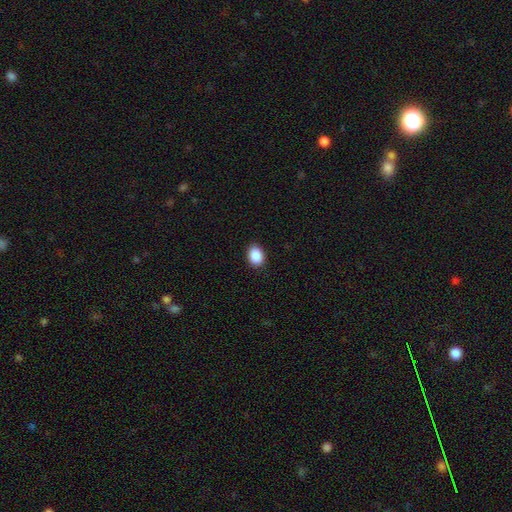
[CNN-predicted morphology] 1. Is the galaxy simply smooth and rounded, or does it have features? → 89% smooth, 8% star or artifact, 3% featured or disk.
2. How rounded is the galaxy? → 72% in between, 27% round, 1% cigar-shaped.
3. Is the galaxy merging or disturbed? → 89% none, 8% minor disturbance, 2% major disturbance, 1% merger.